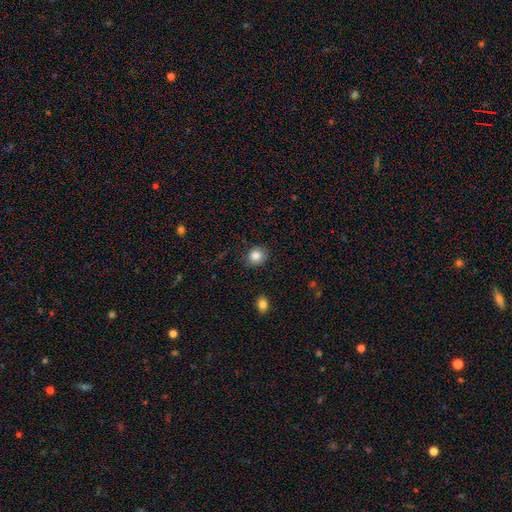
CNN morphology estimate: The model was most divided on "how rounded": round: 74%, in between: 25%, cigar-shaped: 1%. More confident: merging — none (86%); smooth or featured — smooth (85%).